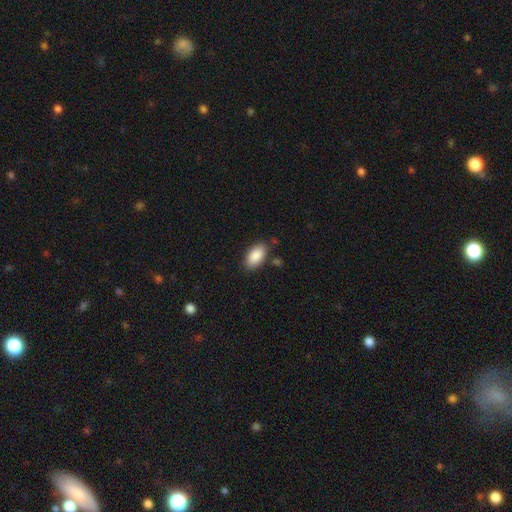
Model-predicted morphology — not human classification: smooth_or_featured: smooth (p=0.89) [alt: star or artifact p=0.06]
how_rounded: in between (p=0.94) [alt: round p=0.03]
merging: none (p=0.82) [alt: minor disturbance p=0.12]